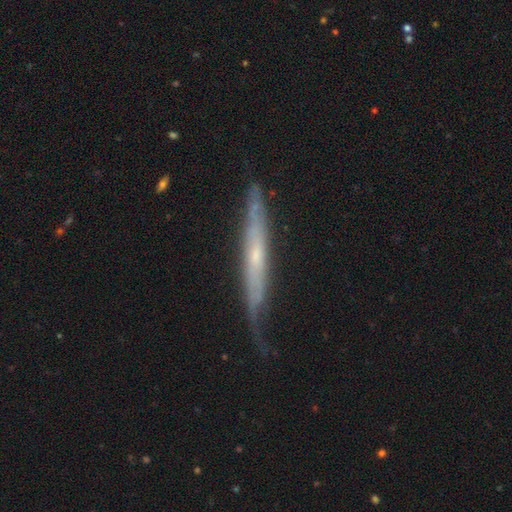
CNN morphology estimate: smooth_or_featured: featured or disk (p=0.68) [alt: smooth p=0.26]
disk_edge_on: yes (p=0.85) [alt: no p=0.15]
edge_on_bulge: none (p=0.54) [alt: rounded p=0.41]
merging: none (p=0.65) [alt: minor disturbance p=0.27]